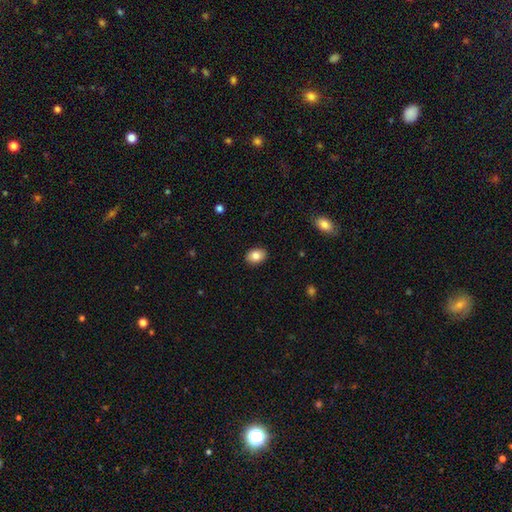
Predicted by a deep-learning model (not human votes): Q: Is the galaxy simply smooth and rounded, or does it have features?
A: smooth — 84%.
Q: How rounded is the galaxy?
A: in between — 74%.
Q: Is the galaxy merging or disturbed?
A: none — 89%.